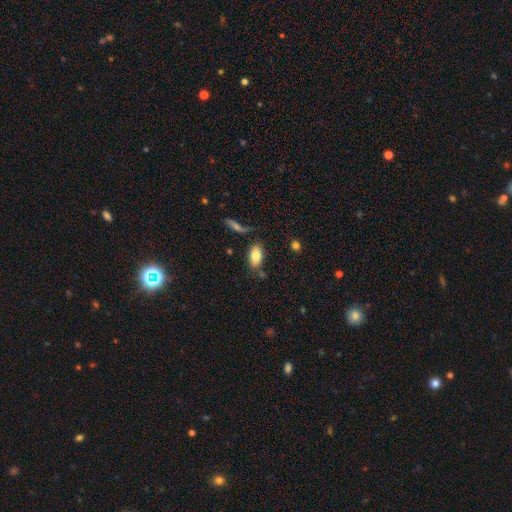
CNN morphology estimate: smooth_or_featured: smooth (p=0.79) [alt: featured or disk p=0.14]
how_rounded: in between (p=0.92) [alt: cigar-shaped p=0.04]
merging: none (p=0.72) [alt: minor disturbance p=0.16]